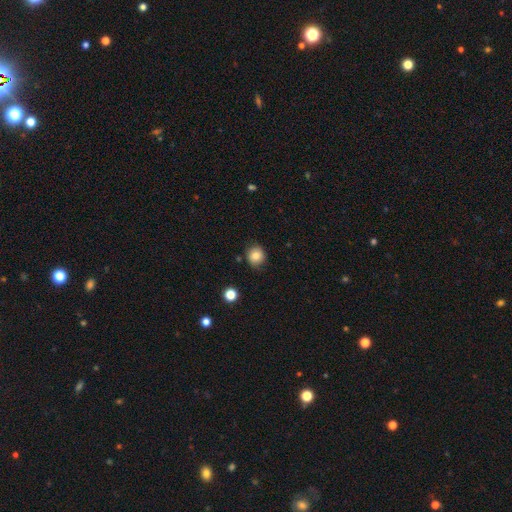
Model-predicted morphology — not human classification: A smooth galaxy with no disk features (82%) that is round (83%).

Vote fractions:
- Smooth or featured? smooth: 82% / star or artifact: 10% / featured or disk: 7%
- How rounded? round: 83% / in between: 16% / cigar-shaped: 1%
- Merging? none: 82% / minor disturbance: 13% / major disturbance: 3% / merger: 2%